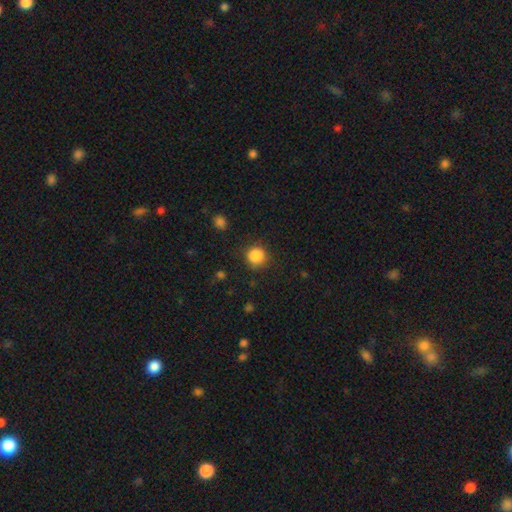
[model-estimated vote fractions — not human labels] A smooth galaxy with no disk features (87%) that is round (90%). Merging: none (83%).